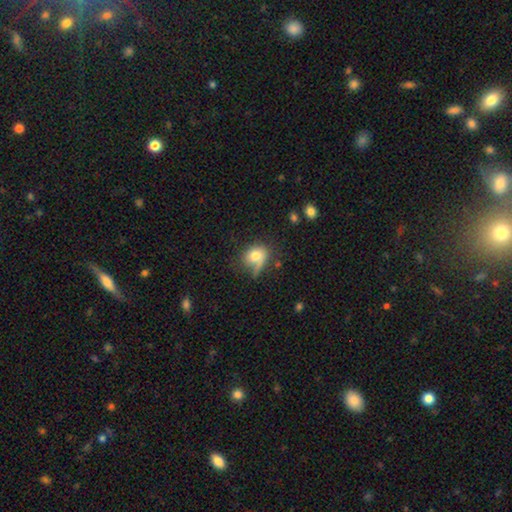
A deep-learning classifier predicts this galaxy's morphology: Smooth or featured: smooth — 73% (featured or disk — 17%)
How rounded: round — 50% (in between — 49%)
Merging: none — 45% (minor disturbance — 25%)